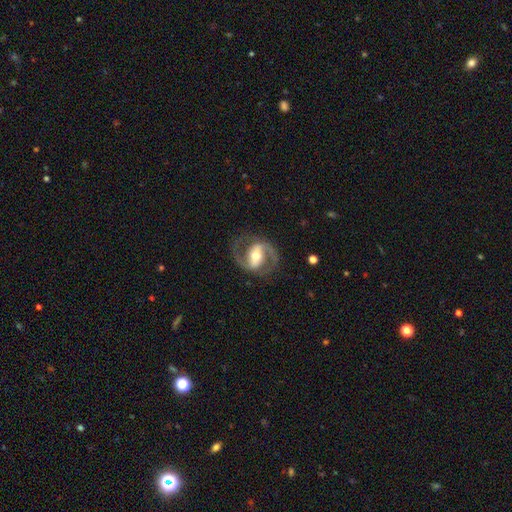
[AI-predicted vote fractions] smooth_or_featured: featured or disk (p=0.89) [alt: smooth p=0.07]
disk_edge_on: no (p=0.97) [alt: yes p=0.03]
bar: strong (p=0.52) [alt: weak p=0.33]
has_spiral_arms: yes (p=0.94) [alt: no p=0.06]
spiral_winding: medium (p=0.61) [alt: loose p=0.20]
spiral_arm_count: 2 (p=0.92) [alt: can't tell p=0.02]
bulge_size: moderate (p=0.70) [alt: small p=0.17]
merging: none (p=0.80) [alt: minor disturbance p=0.12]